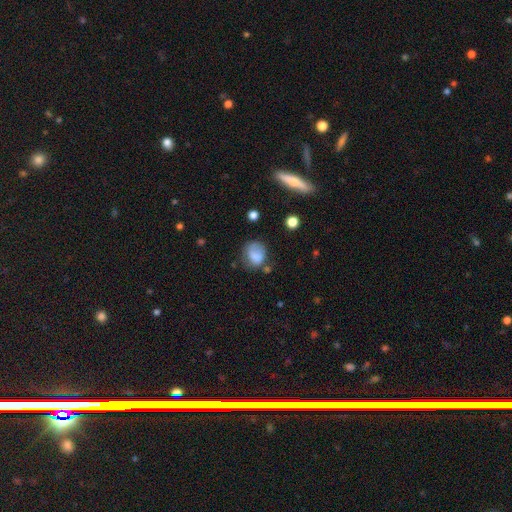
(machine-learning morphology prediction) Smooth or featured? smooth (76%)
How rounded? round (58%)
Merging? none (48%)